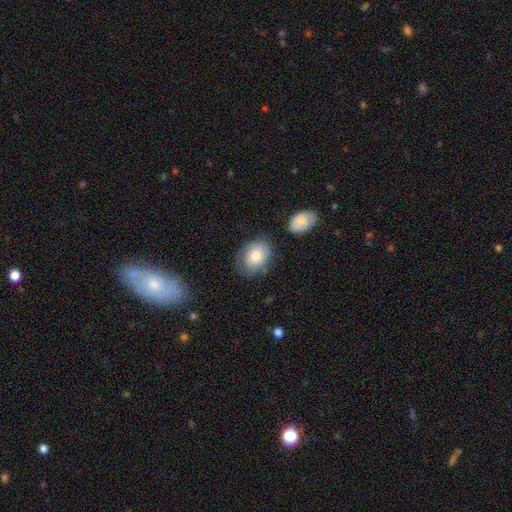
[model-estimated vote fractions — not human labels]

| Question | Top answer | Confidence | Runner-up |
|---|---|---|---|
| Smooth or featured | smooth | 80% | featured or disk (14%) |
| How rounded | in between | 71% | round (28%) |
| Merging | none | 65% | minor disturbance (22%) |